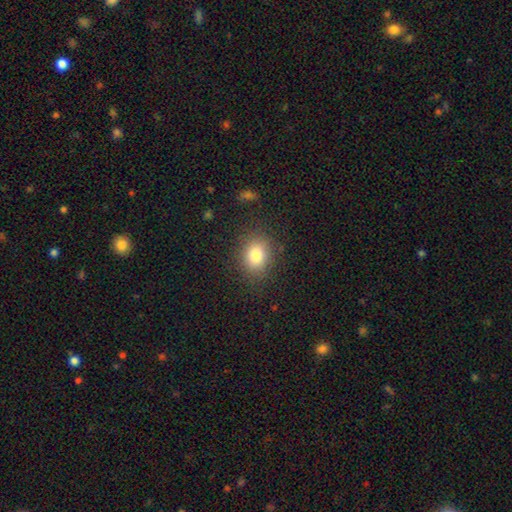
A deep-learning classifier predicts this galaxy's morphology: smooth-or-featured: smooth: 82% | star or artifact: 10% | featured or disk: 7%
  how-rounded: in between: 53% | round: 46% | cigar-shaped: 1%
  merging: none: 82% | minor disturbance: 12% | major disturbance: 5% | merger: 1%